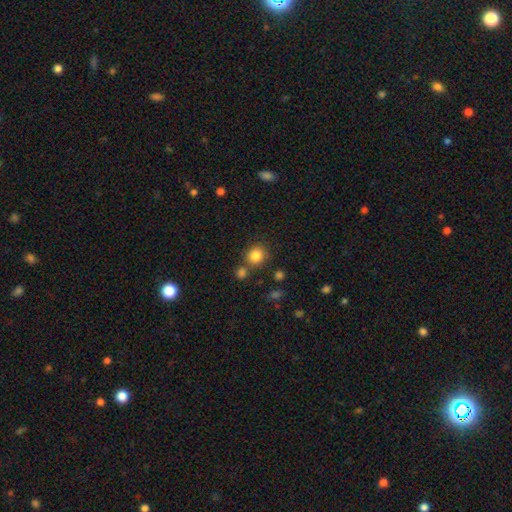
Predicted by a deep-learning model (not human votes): Smooth or featured?
  - smooth: 84% *
  - star or artifact: 10%
  - featured or disk: 5%
How rounded?
  - round: 82% *
  - in between: 17%
  - cigar-shaped: 1%
Merging?
  - none: 72% *
  - merger: 14%
  - minor disturbance: 10%
  - major disturbance: 4%